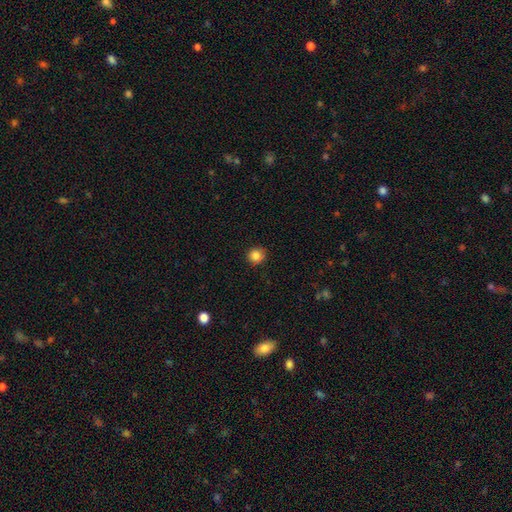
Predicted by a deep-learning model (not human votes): The model was most divided on "smooth or featured": smooth: 85%, star or artifact: 11%, featured or disk: 5%. More confident: how rounded — round (90%); merging — none (87%).